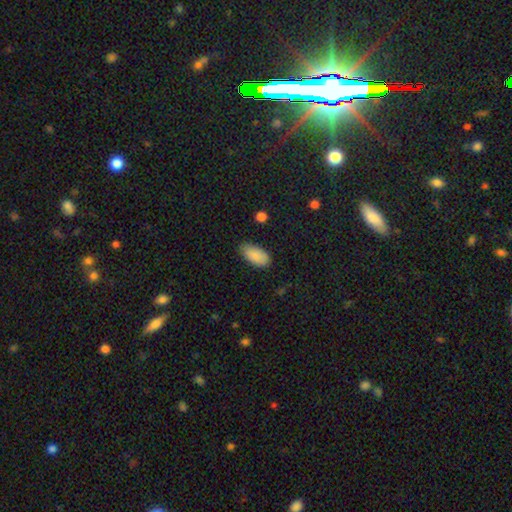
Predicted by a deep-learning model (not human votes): A smooth galaxy with no disk features (89%) that is in between round and cigar-shaped (93%).

Vote fractions:
- Smooth or featured? smooth: 89% / star or artifact: 7% / featured or disk: 5%
- How rounded? in between: 93% / cigar-shaped: 5% / round: 2%
- Merging? none: 78% / minor disturbance: 18% / major disturbance: 3% / merger: 1%